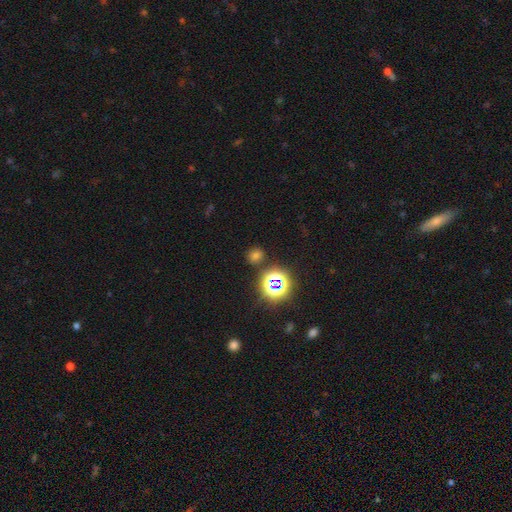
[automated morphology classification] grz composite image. It shows a smooth galaxy with no disk features (60%) that is round (72%). Merging: none (82%).